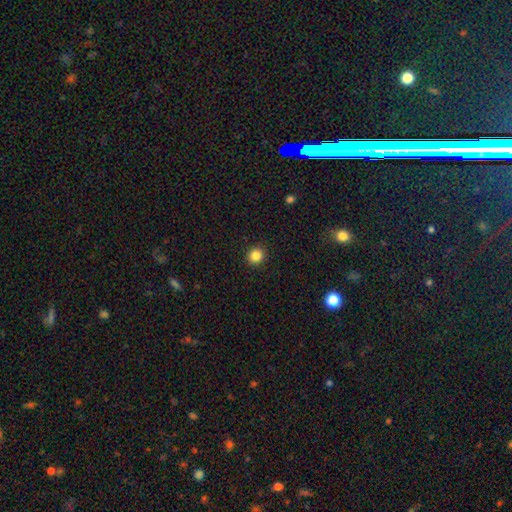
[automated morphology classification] Smooth or featured: smooth — 85% (star or artifact — 11%)
How rounded: round — 87% (in between — 12%)
Merging: none — 92% (minor disturbance — 5%)